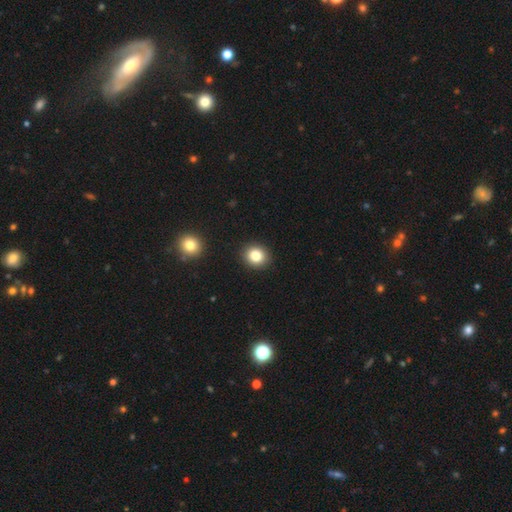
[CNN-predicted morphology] The model was most divided on "how rounded": round: 77%, in between: 22%, cigar-shaped: 1%. More confident: merging — none (91%); smooth or featured — smooth (83%).